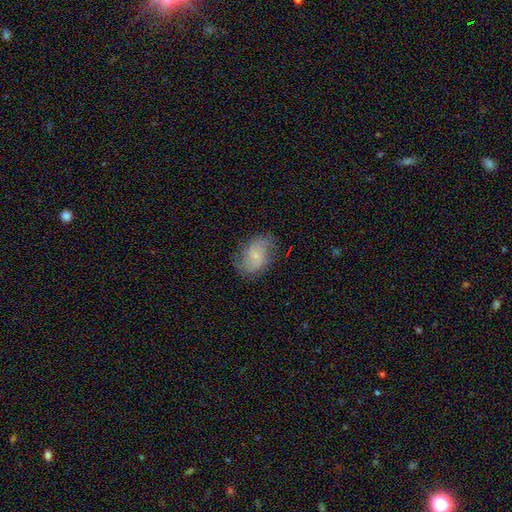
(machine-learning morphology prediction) smooth-or-featured: featured or disk: 55% | smooth: 36% | star or artifact: 9%
  disk-edge-on: no: 97% | yes: 3%
    bar: no: 65% | weak: 29% | strong: 6%
    has-spiral-arms: yes: 86% | no: 14%
    bulge-size: small: 73% | moderate: 18% | none: 7% | large: 2% | dominant: 1%
  merging: none: 69% | minor disturbance: 21% | major disturbance: 10% | merger: 1%